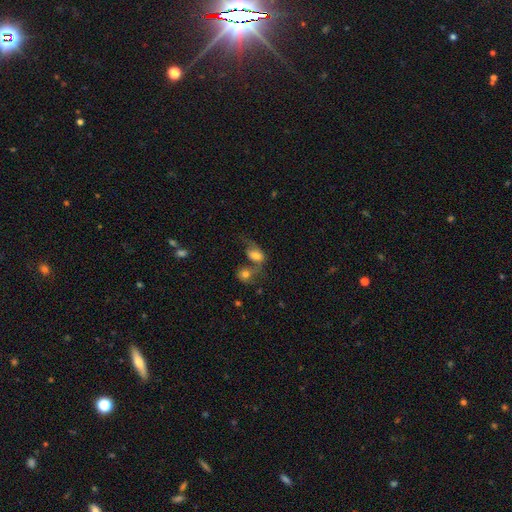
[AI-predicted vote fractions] smooth_or_featured: smooth (p=0.64) [alt: featured or disk p=0.26]
how_rounded: in between (p=0.76) [alt: round p=0.22]
merging: merger (p=0.61) [alt: major disturbance p=0.16]